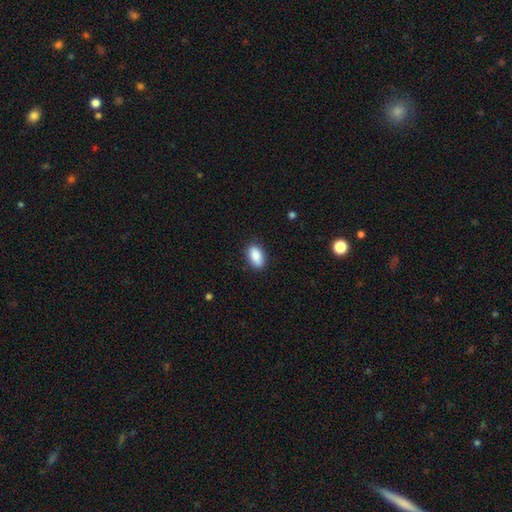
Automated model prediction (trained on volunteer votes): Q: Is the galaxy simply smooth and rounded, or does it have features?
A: smooth — 87%.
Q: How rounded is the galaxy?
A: in between — 91%.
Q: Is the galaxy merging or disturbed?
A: none — 86%.